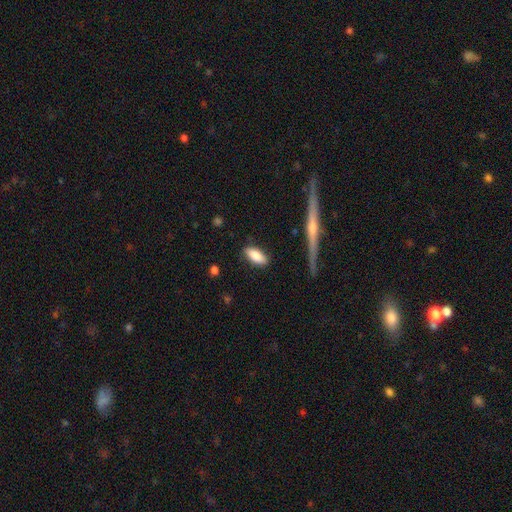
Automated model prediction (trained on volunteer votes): A smooth galaxy with no disk features (84%) that is in between round and cigar-shaped (81%).

Vote fractions:
- Smooth or featured? smooth: 84% / featured or disk: 10% / star or artifact: 6%
- How rounded? in between: 81% / cigar-shaped: 17% / round: 2%
- Merging? none: 85% / minor disturbance: 11% / major disturbance: 3% / merger: 2%